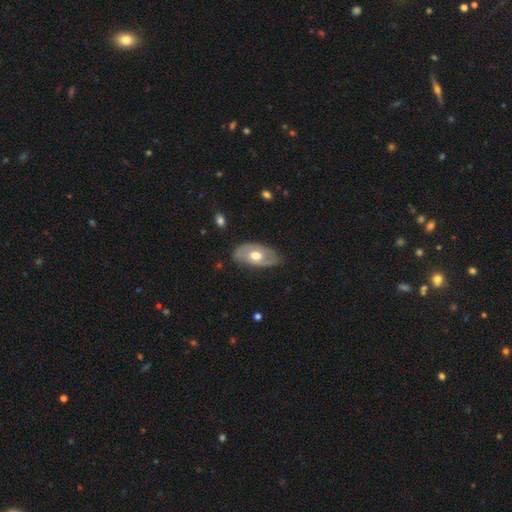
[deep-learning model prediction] Smooth or featured? Predicted: featured or disk (p=0.52). Edge-on disk? Predicted: no (p=0.88). Merging? Predicted: none (p=0.76).